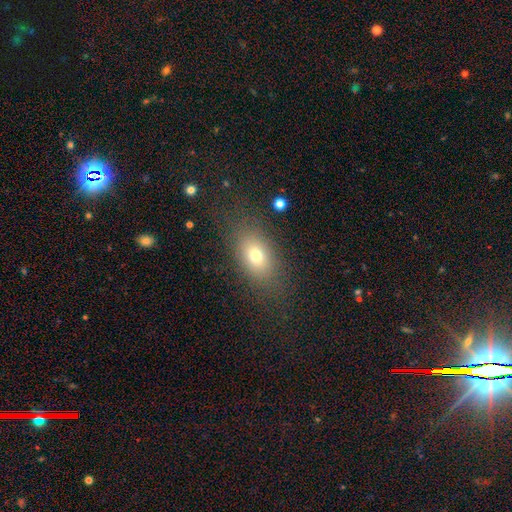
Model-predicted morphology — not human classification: Q: Smooth or featured?
A: smooth (72%); runner-up: featured or disk (15%)
Q: How rounded?
A: in between (80%); runner-up: round (15%)
Q: Merging?
A: none (77%); runner-up: minor disturbance (13%)